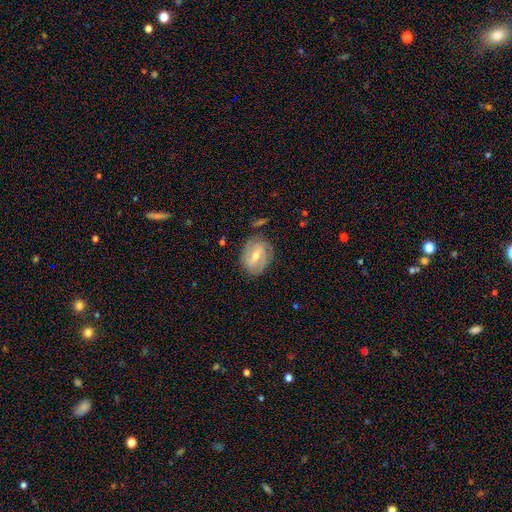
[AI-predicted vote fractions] Q: Smooth or featured?
A: featured or disk (61%); runner-up: smooth (32%)
Q: Edge-on disk?
A: no (95%); runner-up: yes (5%)
Q: Bar?
A: weak (53%); runner-up: no (24%)
Q: Spiral arms?
A: yes (77%); runner-up: no (23%)
Q: Bulge size?
A: moderate (64%); runner-up: small (31%)
Q: Merging?
A: none (73%); runner-up: minor disturbance (19%)